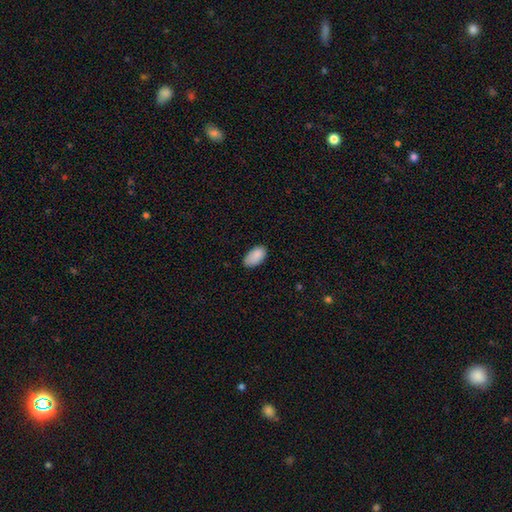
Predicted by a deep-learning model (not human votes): Morphology: type=smooth (88%); roundness=in between (95%); merging=none (76%).